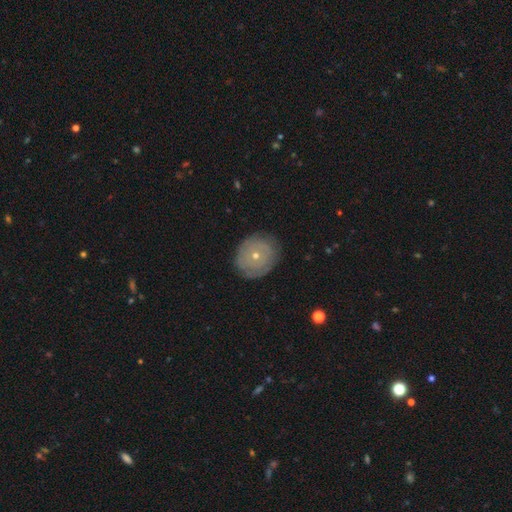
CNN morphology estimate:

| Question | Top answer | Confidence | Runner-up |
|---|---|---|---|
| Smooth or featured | featured or disk | 55% | smooth (35%) |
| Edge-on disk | no | 96% | yes (4%) |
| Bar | no | 89% | weak (9%) |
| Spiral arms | yes | 58% | no (42%) |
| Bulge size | small | 70% | moderate (27%) |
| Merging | none | 84% | minor disturbance (12%) |